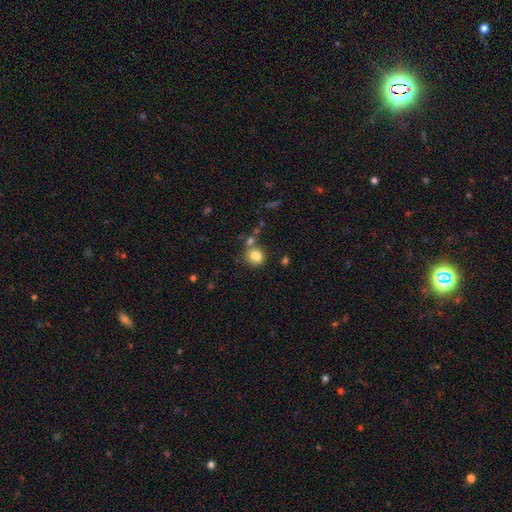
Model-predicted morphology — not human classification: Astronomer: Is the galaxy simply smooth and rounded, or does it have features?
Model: smooth — 80%.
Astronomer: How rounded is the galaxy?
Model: round — 51% (runner-up: in between, 47%).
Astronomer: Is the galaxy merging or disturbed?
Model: none — 51% (runner-up: merger, 27%).